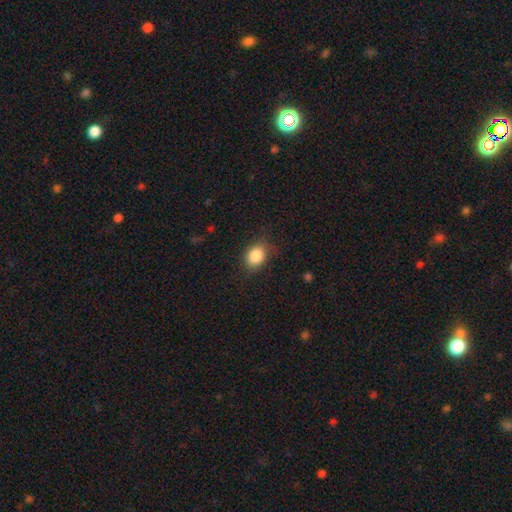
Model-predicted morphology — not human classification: Smooth or featured? smooth (84%)
How rounded? in between (54%)
Merging? none (72%)